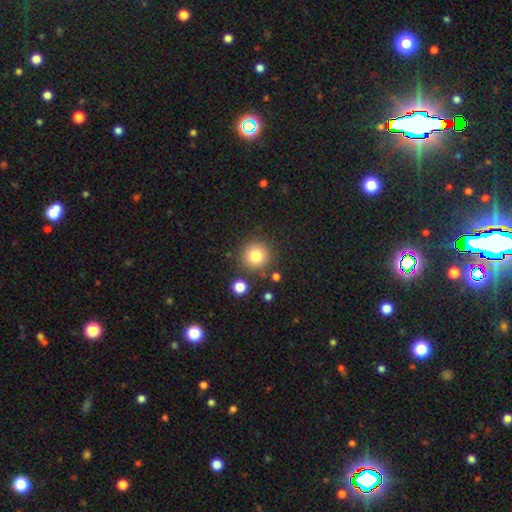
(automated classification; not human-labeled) Smooth or featured? Predicted: smooth (p=0.80). How rounded? Predicted: round (p=0.94). Merging? Predicted: none (p=0.85).